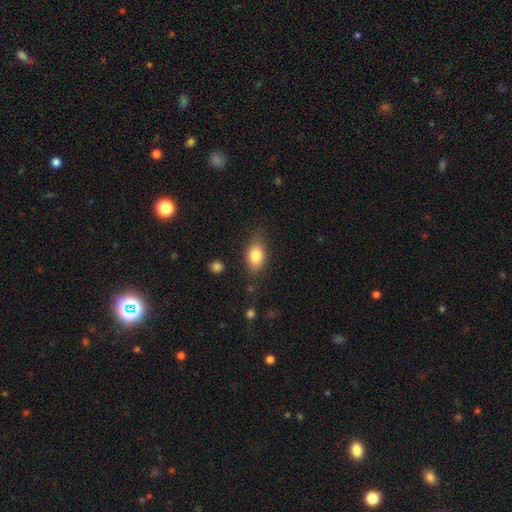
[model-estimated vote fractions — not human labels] Smooth or featured?
  - smooth: 82% *
  - featured or disk: 10%
  - star or artifact: 8%
How rounded?
  - in between: 84% *
  - round: 13%
  - cigar-shaped: 3%
Merging?
  - none: 75% *
  - minor disturbance: 18%
  - major disturbance: 5%
  - merger: 2%